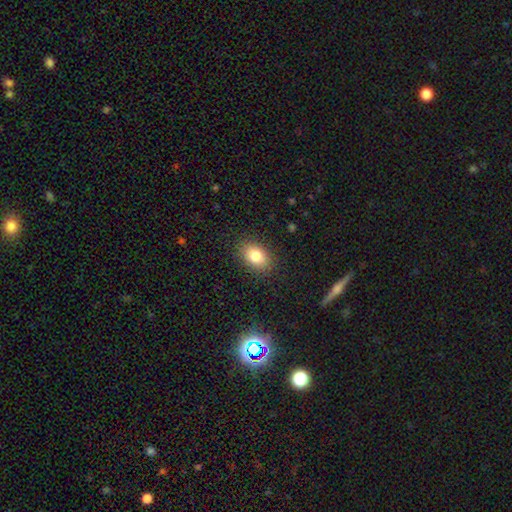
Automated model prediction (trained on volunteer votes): This is clearly a smooth galaxy (80%). How rounded: likely in between (76%). Merging: clearly none (87%).